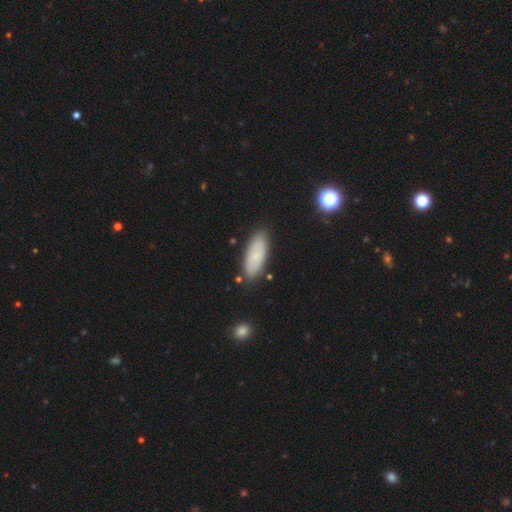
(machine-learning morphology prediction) This is likely a smooth galaxy (70%). How rounded: likely in between (79%). Merging: clearly none (83%).